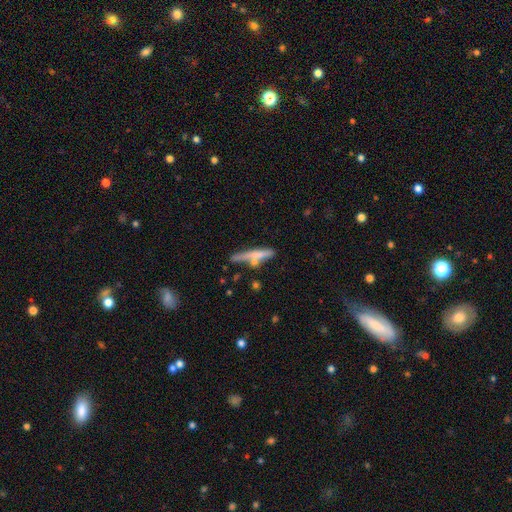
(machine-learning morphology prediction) Smooth or featured? Predicted: smooth (p=0.60). How rounded? Predicted: cigar-shaped (p=0.89). Merging? Predicted: none (p=0.54).